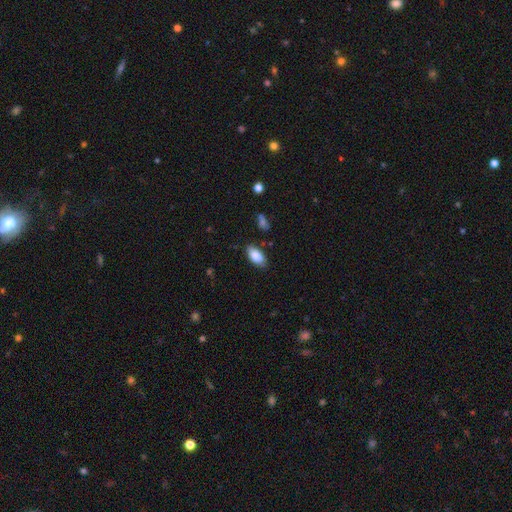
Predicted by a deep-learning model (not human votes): smooth_or_featured: smooth (p=0.87) [alt: star or artifact p=0.07]
how_rounded: in between (p=0.93) [alt: cigar-shaped p=0.04]
merging: none (p=0.82) [alt: minor disturbance p=0.13]